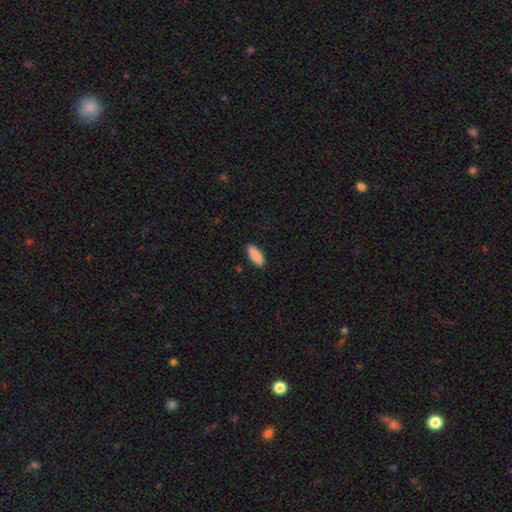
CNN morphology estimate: smooth_or_featured: smooth (p=0.90) [alt: star or artifact p=0.06]
how_rounded: in between (p=0.62) [alt: cigar-shaped p=0.36]
merging: none (p=0.88) [alt: minor disturbance p=0.09]